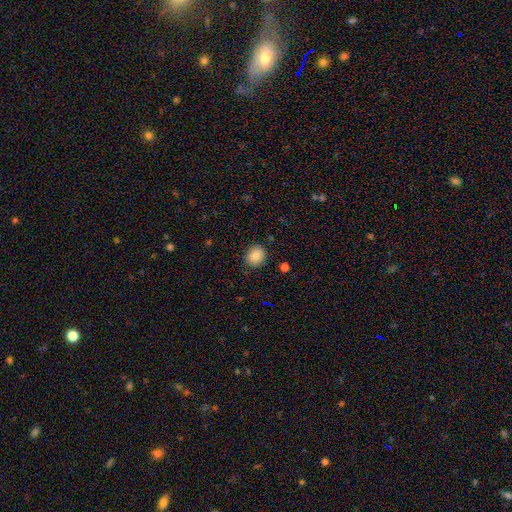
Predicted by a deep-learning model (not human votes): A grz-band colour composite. It shows a smooth galaxy with no disk features (87%) that is round (69%). Merging: none (88%).